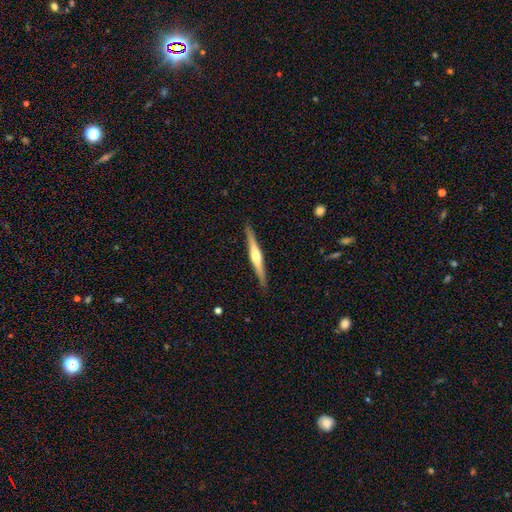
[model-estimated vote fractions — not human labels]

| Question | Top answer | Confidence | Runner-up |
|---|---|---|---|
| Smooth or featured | featured or disk | 72% | smooth (23%) |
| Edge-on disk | yes | 98% | no (2%) |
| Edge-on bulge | rounded | 87% | boxy (7%) |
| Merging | none | 90% | minor disturbance (7%) |